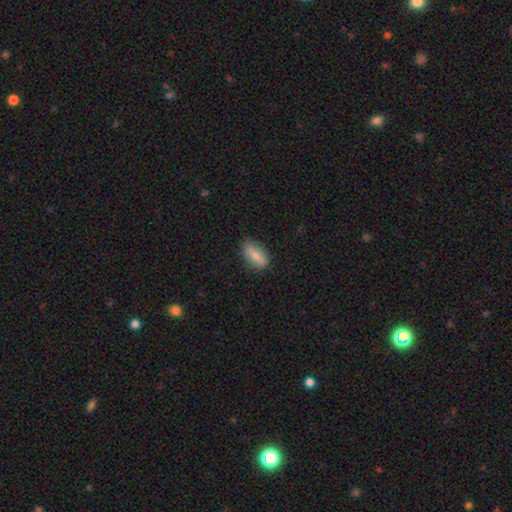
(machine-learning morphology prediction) smooth 67%, featured or disk 26%, star or artifact 7%. Down the decision tree: how rounded — in between (84%); merging — none (83%).